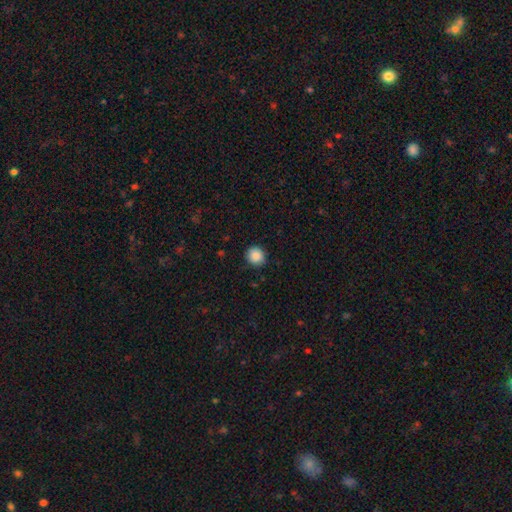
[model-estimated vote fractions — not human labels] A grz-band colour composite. It shows a smooth galaxy with no disk features (88%) that is round (90%). Merging: none (89%).